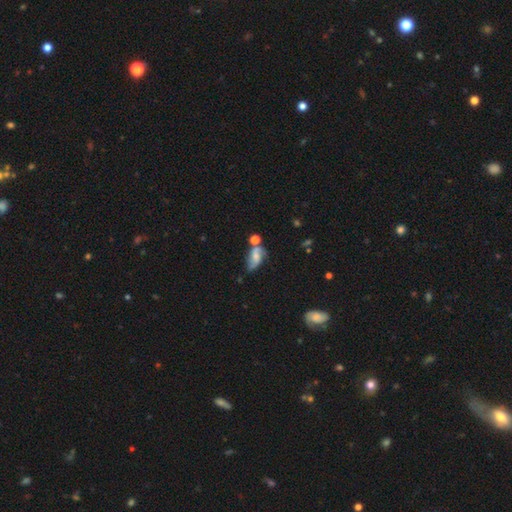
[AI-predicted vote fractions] Smooth or featured: featured or disk — 58% (smooth — 32%)
Edge-on disk: no — 94% (yes — 6%)
Bar: no — 53% (weak — 37%)
Spiral arms: yes — 87% (no — 13%)
Bulge size: small — 44% (moderate — 29%)
Merging: none — 46% (minor disturbance — 23%)